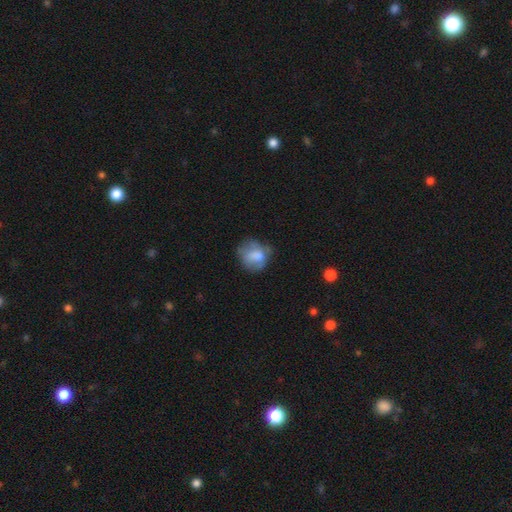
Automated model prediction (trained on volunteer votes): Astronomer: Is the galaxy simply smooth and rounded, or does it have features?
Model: smooth — 67%.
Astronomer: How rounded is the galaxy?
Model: round — 63%.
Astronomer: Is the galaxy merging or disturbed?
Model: none — 48% (runner-up: minor disturbance, 30%).